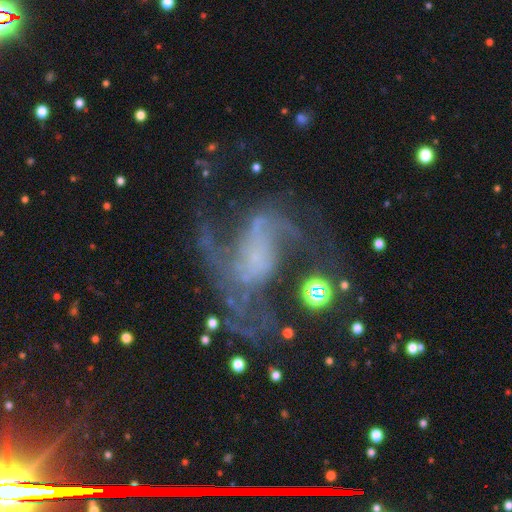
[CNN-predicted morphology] A featured or disk galaxy (82%) with no bar (55%), 2 (61%) loose (47%) spiral arms (90%) and no central bulge (50%). Merging: none (44%).